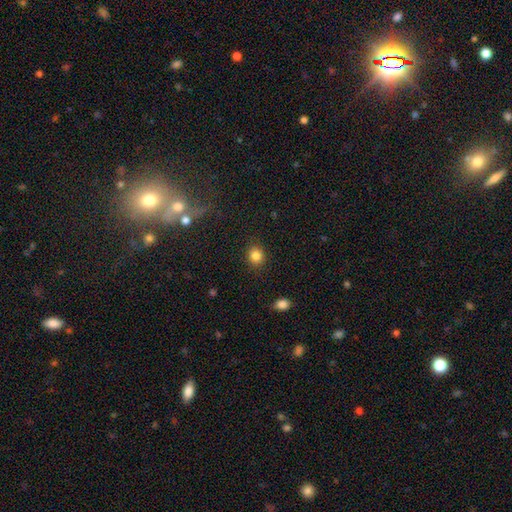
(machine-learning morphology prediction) Q: Smooth or featured?
A: smooth (84%); runner-up: star or artifact (11%)
Q: How rounded?
A: round (78%); runner-up: in between (21%)
Q: Merging?
A: none (89%); runner-up: minor disturbance (7%)